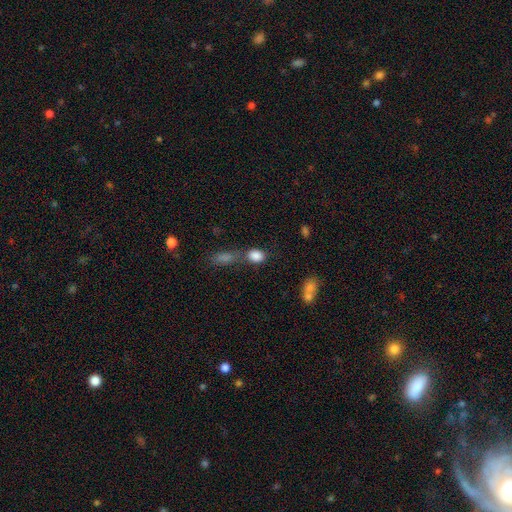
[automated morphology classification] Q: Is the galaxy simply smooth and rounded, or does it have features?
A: smooth — 84%.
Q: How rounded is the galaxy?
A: in between — 69%.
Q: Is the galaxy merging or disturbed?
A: none — 45%.